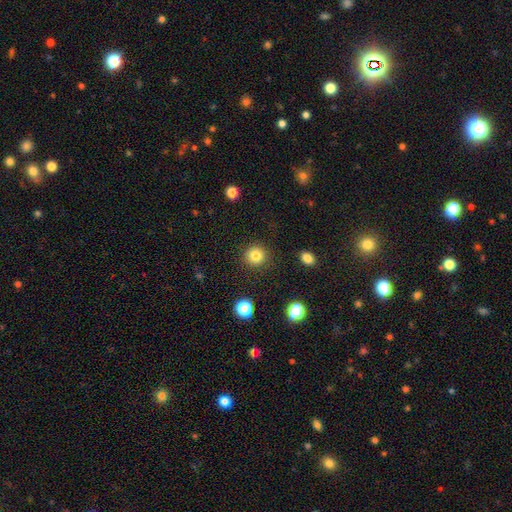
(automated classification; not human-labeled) Smooth or featured?
  - smooth: 83% *
  - star or artifact: 11%
  - featured or disk: 6%
How rounded?
  - round: 93% *
  - in between: 6%
  - cigar-shaped: 1%
Merging?
  - none: 90% *
  - minor disturbance: 6%
  - major disturbance: 3%
  - merger: 2%